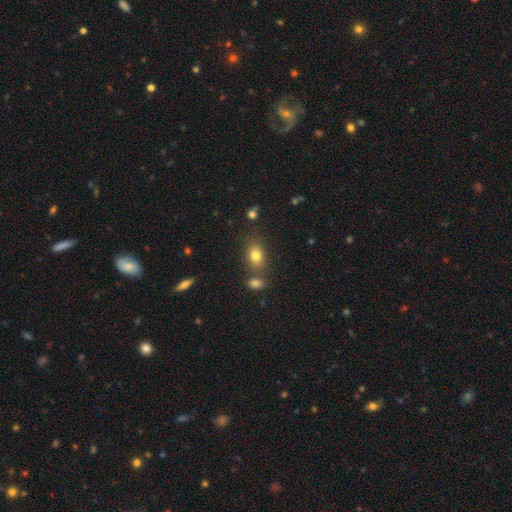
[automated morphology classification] type=smooth (79%); roundness=in between (77%); merging=none (69%).